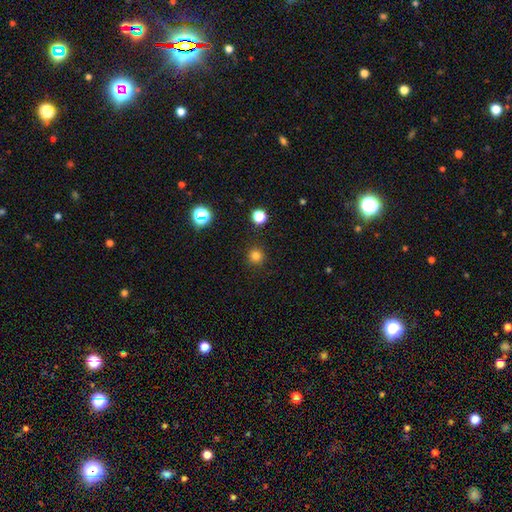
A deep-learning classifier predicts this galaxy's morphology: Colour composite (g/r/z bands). It shows a smooth galaxy with no disk features (80%) that is round (95%). Merging: none (91%).